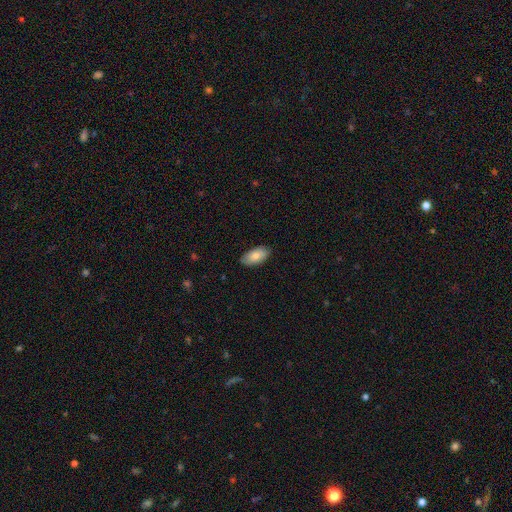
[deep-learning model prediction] Smooth or featured?
  - smooth: 82% *
  - featured or disk: 12%
  - star or artifact: 6%
How rounded?
  - in between: 94% *
  - cigar-shaped: 4%
  - round: 2%
Merging?
  - none: 86% *
  - minor disturbance: 11%
  - major disturbance: 2%
  - merger: 1%